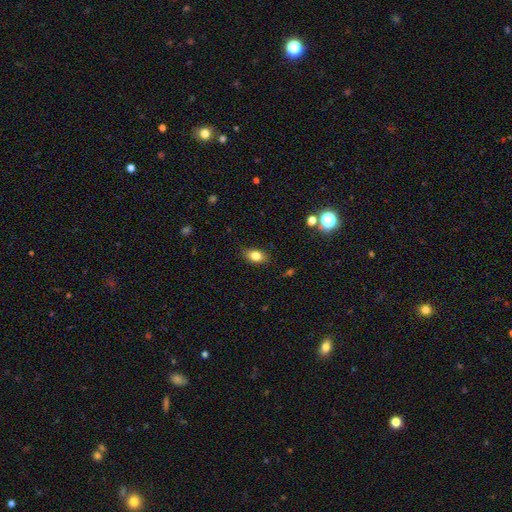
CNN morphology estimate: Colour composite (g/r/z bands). It shows a smooth galaxy with no disk features (79%) that is in between round and cigar-shaped (83%). Merging: none (84%).